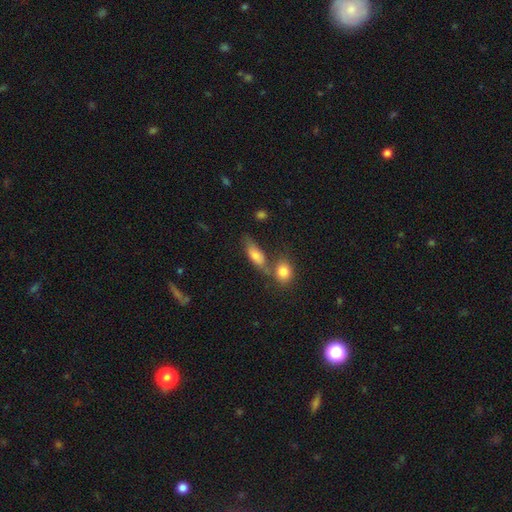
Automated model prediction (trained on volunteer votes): The model was most divided on "merging": none: 46%, merger: 33%, minor disturbance: 15%, major disturbance: 7%. More confident: smooth or featured — smooth (72%); how rounded — in between (69%).